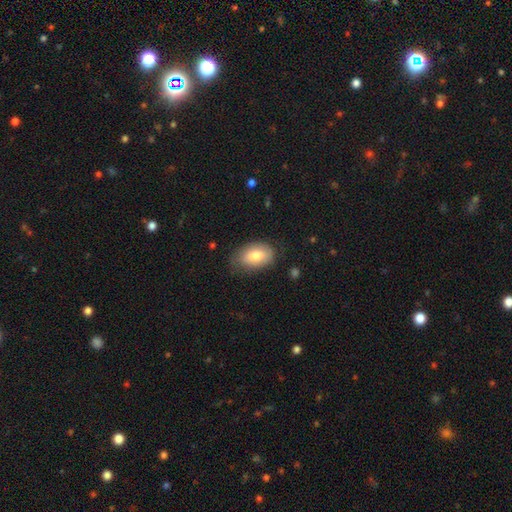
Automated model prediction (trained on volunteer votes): A smooth galaxy with no disk features (77%) that is in between round and cigar-shaped (90%). Merging: none (70%).